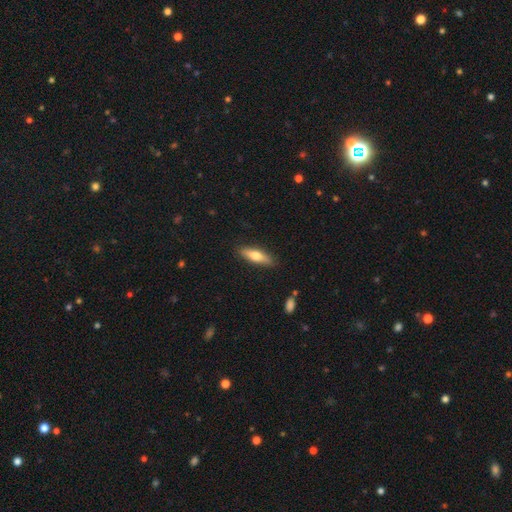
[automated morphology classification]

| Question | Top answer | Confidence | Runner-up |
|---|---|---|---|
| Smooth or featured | smooth | 62% | featured or disk (32%) |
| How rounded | cigar-shaped | 59% | in between (39%) |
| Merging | none | 86% | minor disturbance (10%) |